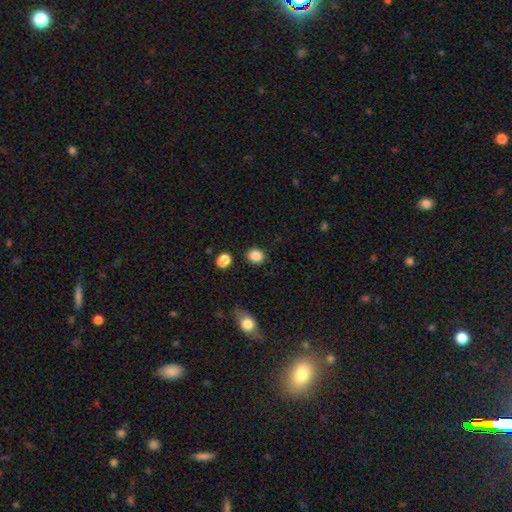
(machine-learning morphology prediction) smooth-or-featured: smooth: 87% | star or artifact: 10% | featured or disk: 3%
  how-rounded: round: 67% | in between: 31% | cigar-shaped: 1%
  merging: none: 84% | minor disturbance: 9% | merger: 3% | major disturbance: 3%